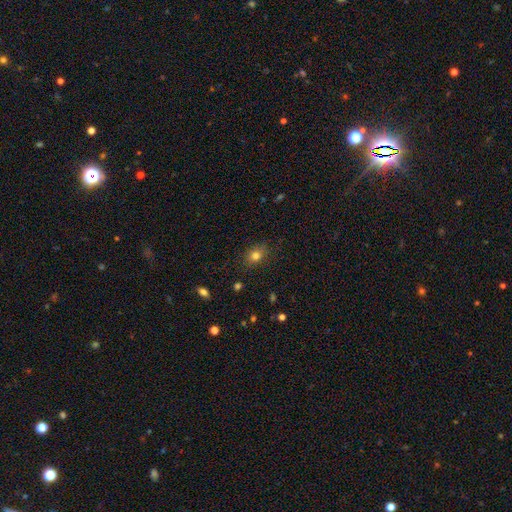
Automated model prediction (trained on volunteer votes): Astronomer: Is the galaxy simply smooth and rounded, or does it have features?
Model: smooth — 78%.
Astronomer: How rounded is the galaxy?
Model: in between — 53% (runner-up: round, 45%).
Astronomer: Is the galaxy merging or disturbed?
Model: none — 83%.